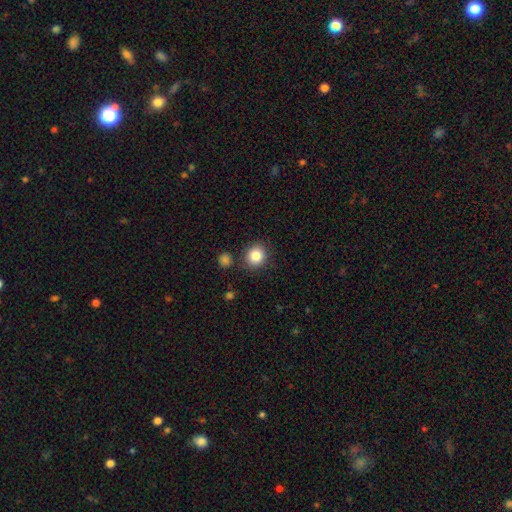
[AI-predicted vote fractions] A smooth galaxy with no disk features (84%) that is round (80%). Merging: none (84%).